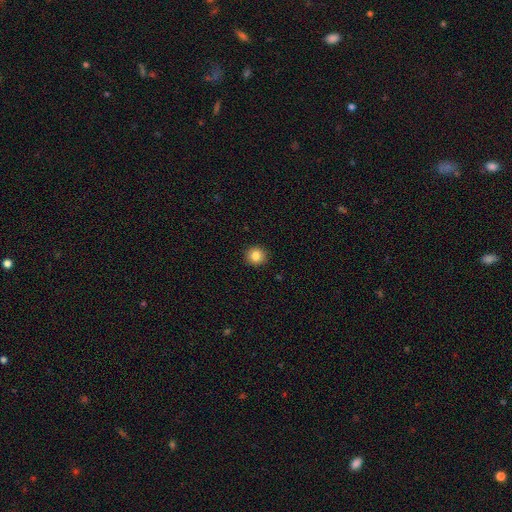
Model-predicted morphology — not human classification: This is clearly a smooth galaxy (84%). How rounded: clearly round (90%). Merging: clearly none (93%).